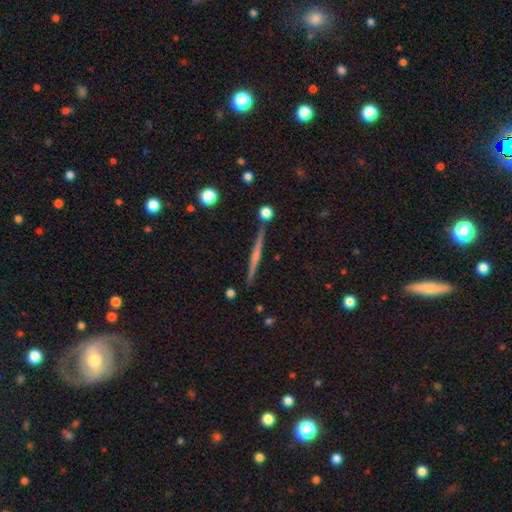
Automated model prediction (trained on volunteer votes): Smooth or featured?
  - featured or disk: 66% *
  - smooth: 27%
  - star or artifact: 7%
Edge-on disk?
  - yes: 98% *
  - no: 2%
Edge-on bulge?
  - none: 52% *
  - rounded: 36%
  - boxy: 12%
Merging?
  - none: 89% *
  - minor disturbance: 7%
  - merger: 3%
  - major disturbance: 2%